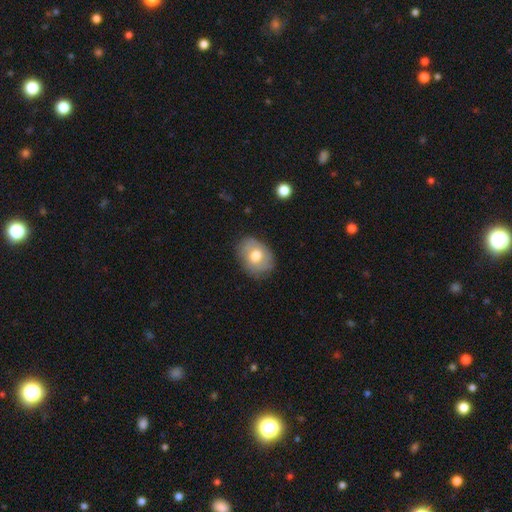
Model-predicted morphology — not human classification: Overall: smooth (63%; featured or disk 30%). How rounded: in between (64%; round 35%). Merging: none (75%).